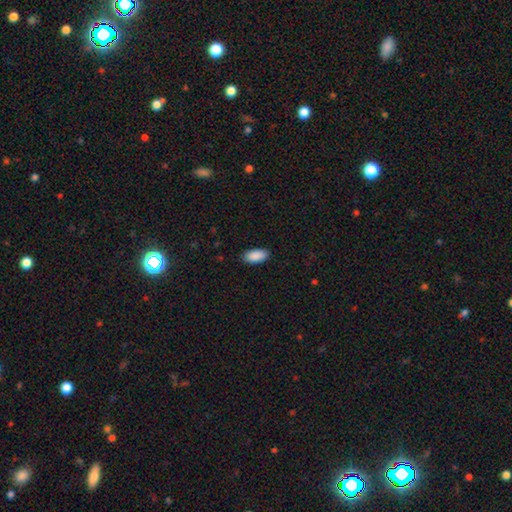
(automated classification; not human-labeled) This appears to be a smooth galaxy with no disk features (91%) that is in between round and cigar-shaped (92%). Merging: none (88%).